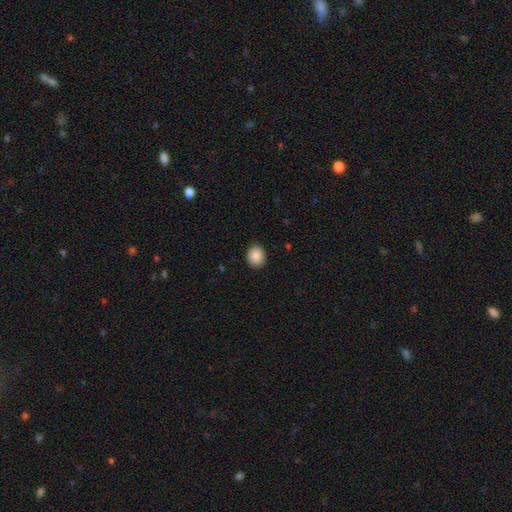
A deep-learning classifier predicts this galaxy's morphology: Smooth or featured: smooth — 89% (star or artifact — 8%)
How rounded: round — 55% (in between — 44%)
Merging: none — 89% (minor disturbance — 8%)